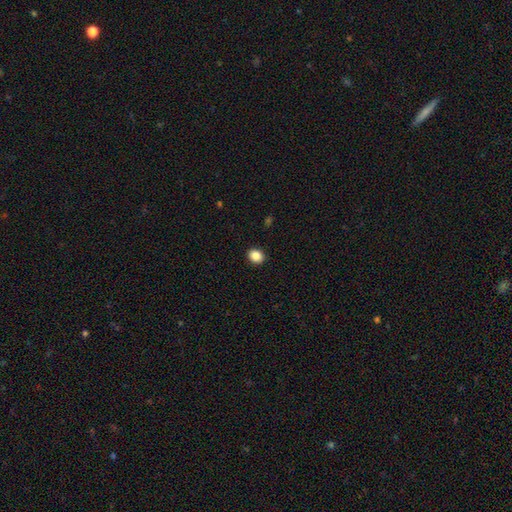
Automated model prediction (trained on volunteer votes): The model was most divided on "how rounded": round: 62%, in between: 37%, cigar-shaped: 1%. More confident: merging — none (92%); smooth or featured — smooth (87%).